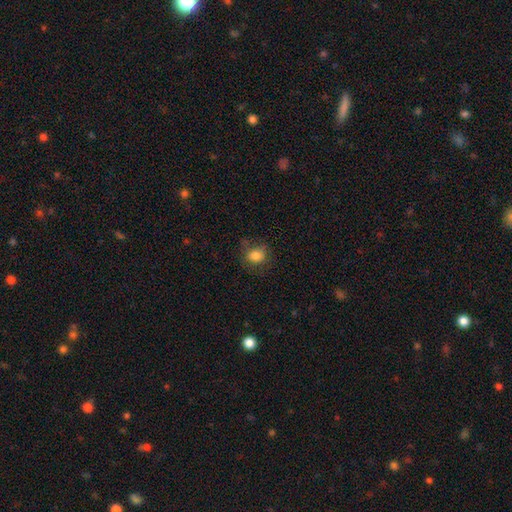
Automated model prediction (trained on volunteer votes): Morphology: type=smooth (81%); roundness=round (56%); merging=none (70%).